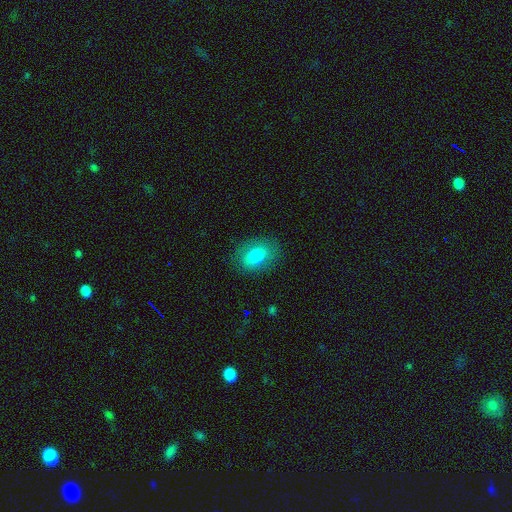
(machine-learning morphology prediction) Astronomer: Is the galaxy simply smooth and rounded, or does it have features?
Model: smooth — 74%.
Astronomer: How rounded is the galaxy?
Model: in between — 74%.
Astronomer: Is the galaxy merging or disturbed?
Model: none — 81%.